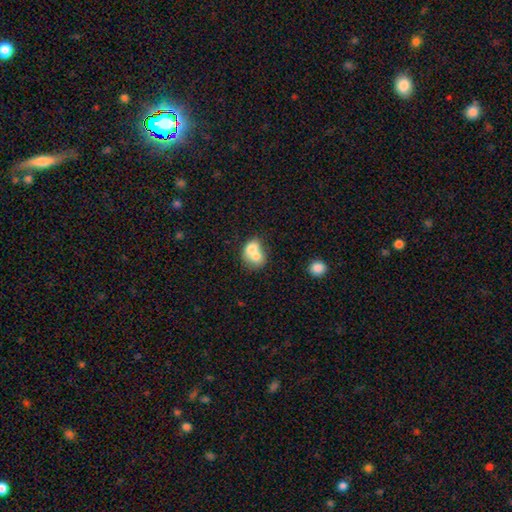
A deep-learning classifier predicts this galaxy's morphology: smooth_or_featured: smooth (p=0.69) [alt: featured or disk p=0.23]
how_rounded: in between (p=0.52) [alt: round p=0.47]
merging: merger (p=0.70) [alt: none p=0.19]